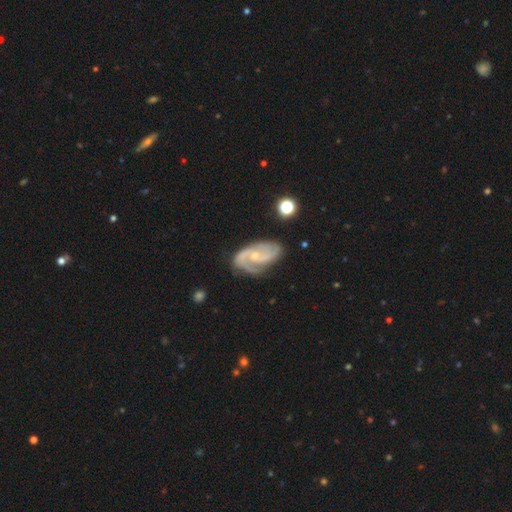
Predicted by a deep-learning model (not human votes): This appears to be a featured or disk galaxy (86%) with no bar (53%), 2 (71%) medium (50%) spiral arms (97%) and a small central bulge (68%). Merging: none (67%).